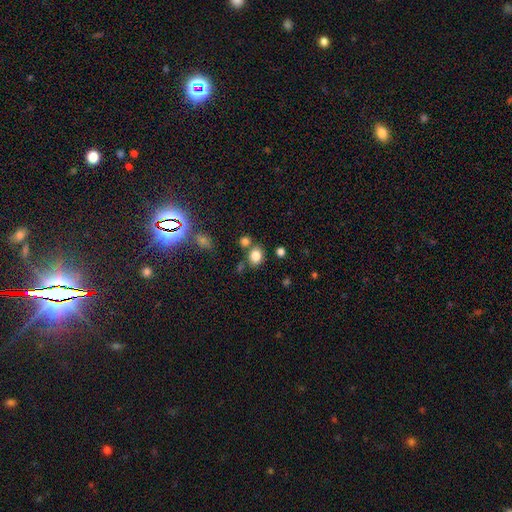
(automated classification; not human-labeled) smooth-or-featured: smooth: 81% | star or artifact: 12% | featured or disk: 7%
  how-rounded: round: 61% | in between: 38% | cigar-shaped: 1%
  merging: none: 71% | merger: 14% | minor disturbance: 12% | major disturbance: 4%